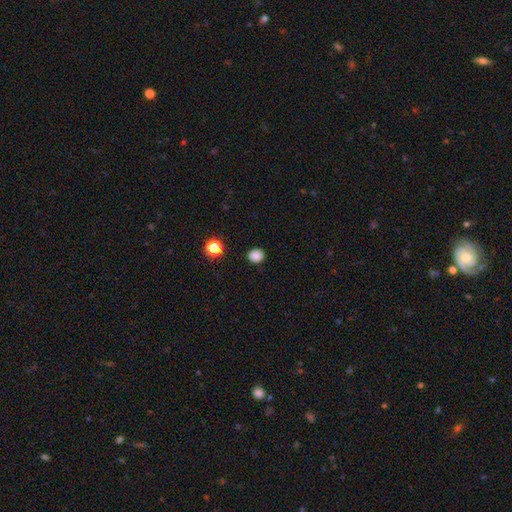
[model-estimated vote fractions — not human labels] Smooth or featured? Predicted: smooth (p=0.85). How rounded? Predicted: round (p=0.78). Merging? Predicted: none (p=0.89).